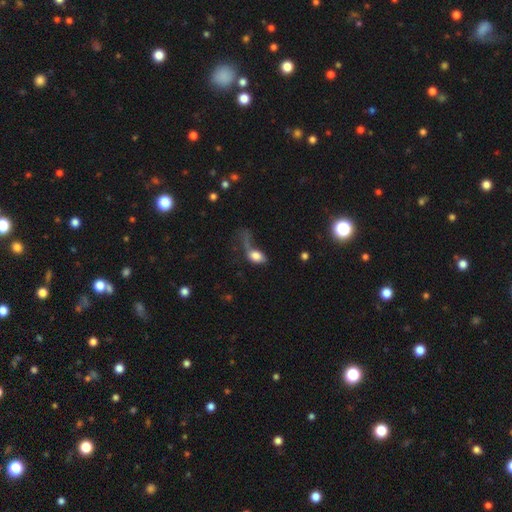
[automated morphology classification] This is likely a smooth galaxy (71%). How rounded: clearly in between (82%). Merging: possibly major disturbance (54%).